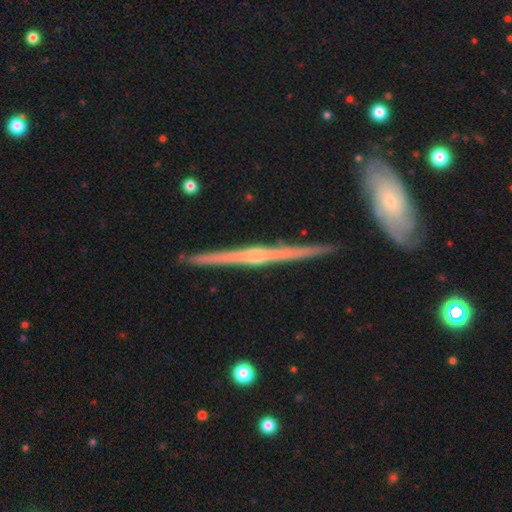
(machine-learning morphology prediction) A featured or disk galaxy (86%) viewed edge-on (98%) with a rounded central bulge (72%). Merging: none (91%).